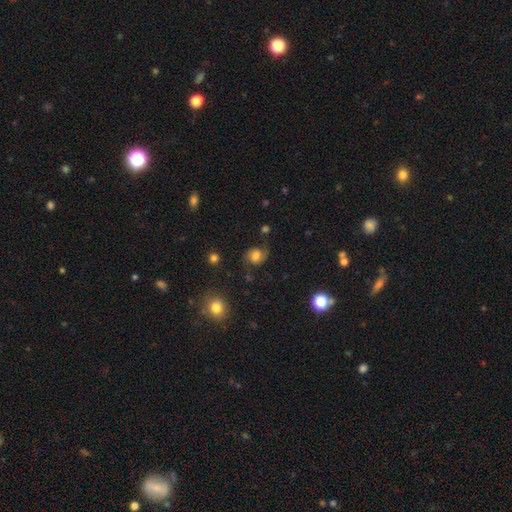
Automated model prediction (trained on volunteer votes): The model was most divided on "smooth or featured" (2-way tie): featured or disk: 44%, smooth: 44%, star or artifact: 12%. More confident: merging — none (66%).